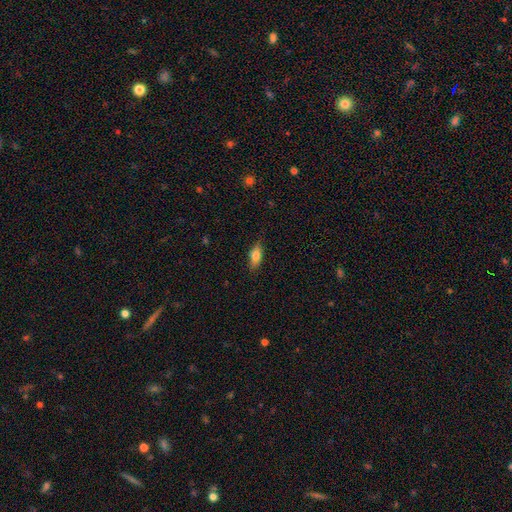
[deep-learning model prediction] A smooth galaxy with no disk features (70%) that is in between round and cigar-shaped (74%).

Vote fractions:
- Smooth or featured? smooth: 70% / featured or disk: 23% / star or artifact: 8%
- How rounded? in between: 74% / cigar-shaped: 22% / round: 4%
- Merging? none: 81% / minor disturbance: 15% / major disturbance: 3% / merger: 1%